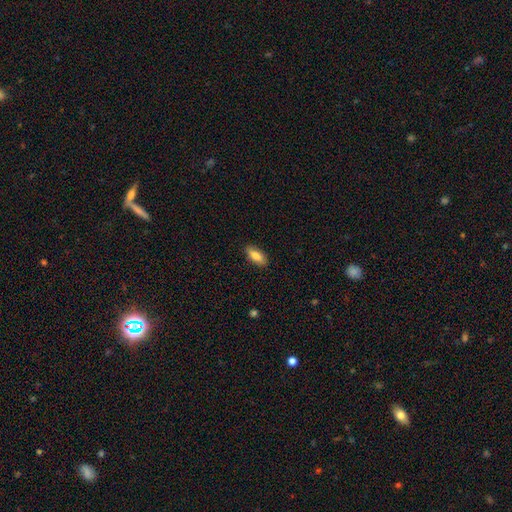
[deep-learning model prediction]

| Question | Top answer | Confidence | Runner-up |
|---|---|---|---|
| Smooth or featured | smooth | 83% | featured or disk (10%) |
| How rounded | in between | 82% | cigar-shaped (16%) |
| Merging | none | 87% | minor disturbance (10%) |